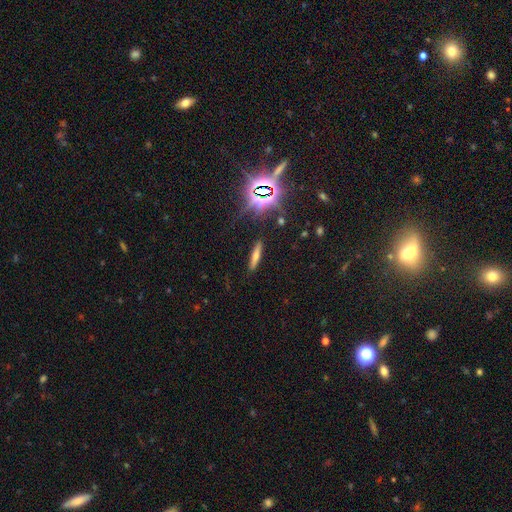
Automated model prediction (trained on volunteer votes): Q: Smooth or featured?
A: smooth (45%); runner-up: featured or disk (33%)
Q: Merging?
A: none (88%); runner-up: minor disturbance (8%)